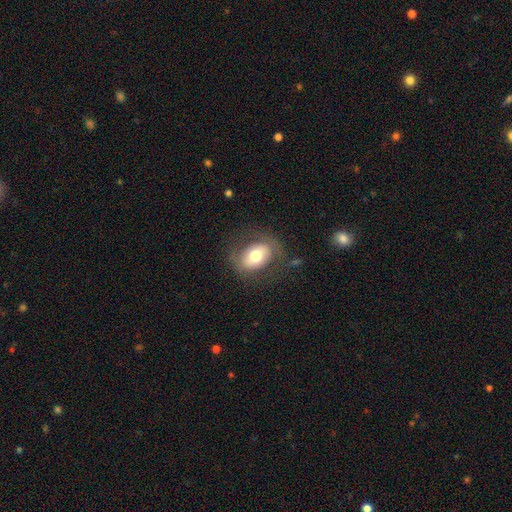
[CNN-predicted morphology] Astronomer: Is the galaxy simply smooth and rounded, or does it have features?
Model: smooth — 60%.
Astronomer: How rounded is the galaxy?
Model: in between — 68%.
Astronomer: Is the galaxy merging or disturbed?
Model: none — 71%.